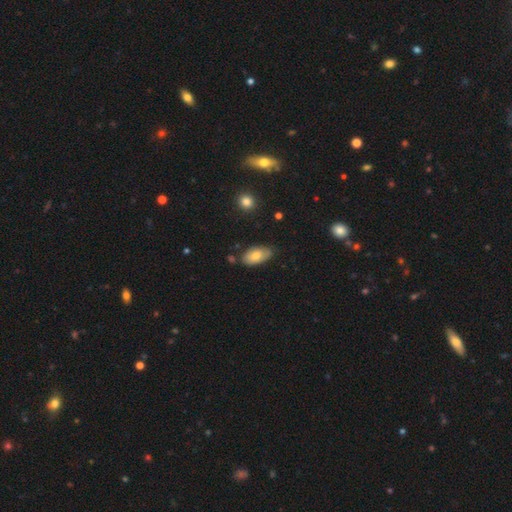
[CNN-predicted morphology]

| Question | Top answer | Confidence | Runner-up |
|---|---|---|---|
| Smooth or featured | smooth | 72% | featured or disk (21%) |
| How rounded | in between | 93% | round (4%) |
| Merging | none | 70% | minor disturbance (22%) |